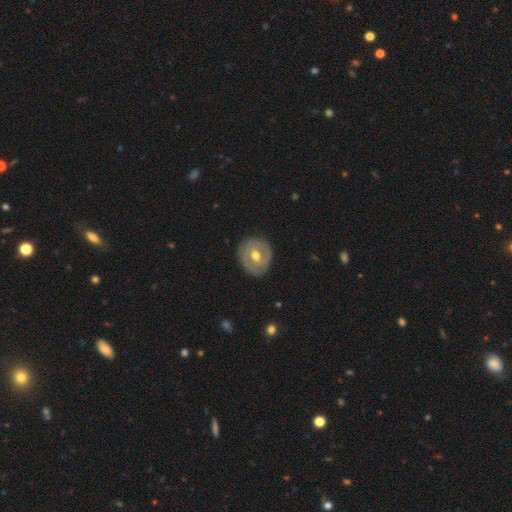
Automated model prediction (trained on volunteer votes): Overall: featured or disk (66%; smooth 29%). Edge-on disk: no (96%). Bar: no (44%; weak 43%). Spiral arms: yes (65%; no 35%). Bulge size: moderate (81%). Merging: none (84%).